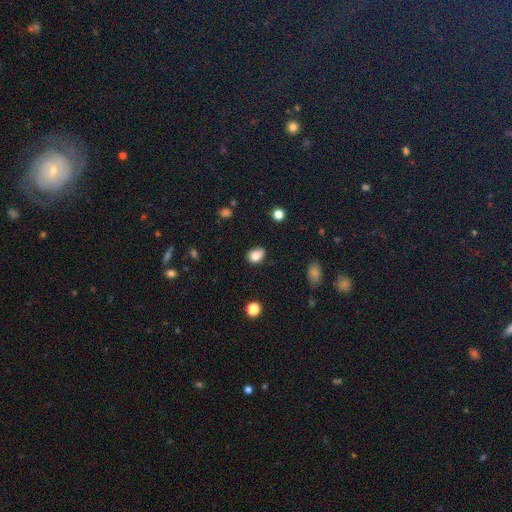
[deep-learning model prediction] A smooth galaxy with no disk features (83%) that is in between round and cigar-shaped (66%). Merging: none (68%).